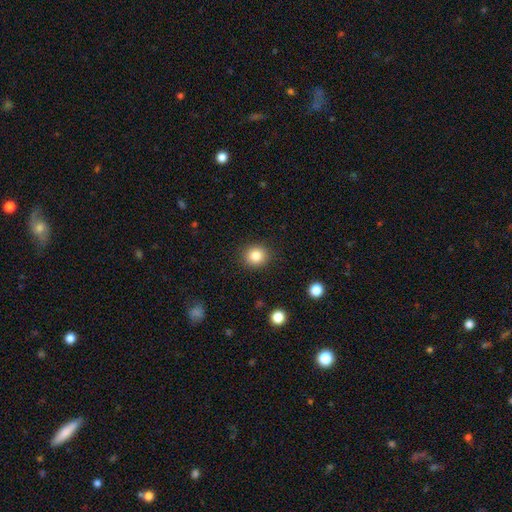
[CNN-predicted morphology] Smooth or featured? Predicted: smooth (p=0.84). How rounded? Predicted: round (p=0.87). Merging? Predicted: none (p=0.90).